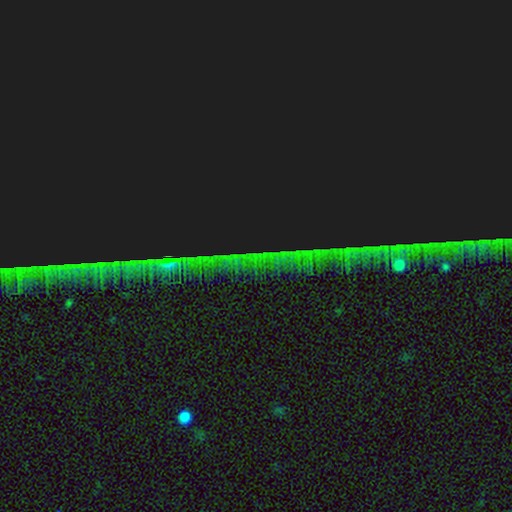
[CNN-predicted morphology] smooth-or-featured: star or artifact: 83% | smooth: 9% | featured or disk: 8%